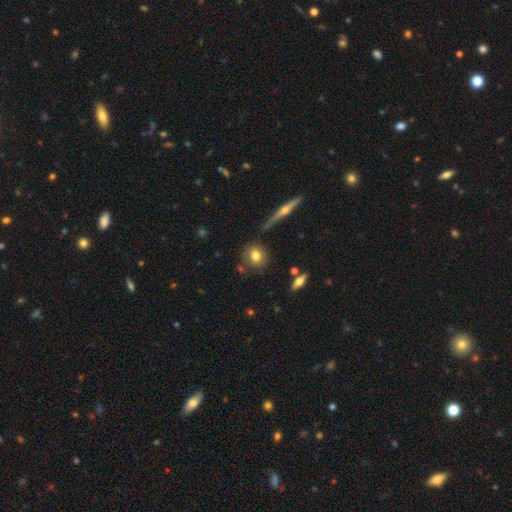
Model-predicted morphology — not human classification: A smooth galaxy with no disk features (74%) that is round (72%). Merging: none (78%).